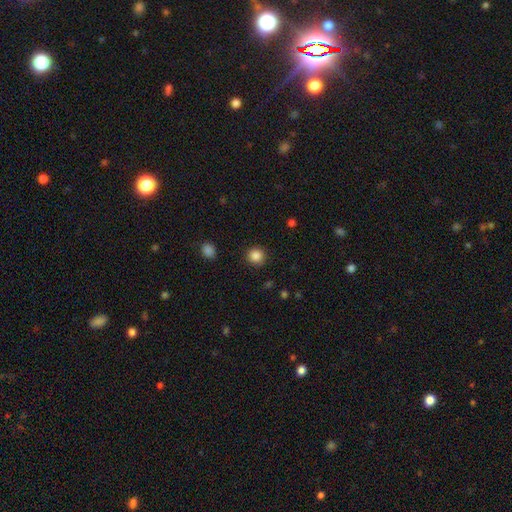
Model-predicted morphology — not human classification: Overall: smooth (86%). How rounded: round (92%). Merging: none (90%).